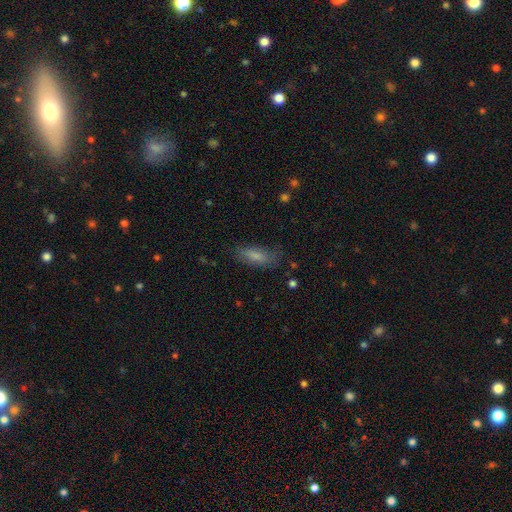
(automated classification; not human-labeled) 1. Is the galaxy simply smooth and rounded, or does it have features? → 80% smooth, 12% featured or disk, 8% star or artifact.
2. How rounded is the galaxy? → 65% in between, 32% cigar-shaped, 2% round.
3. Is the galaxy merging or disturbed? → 72% none, 20% minor disturbance, 6% major disturbance, 2% merger.